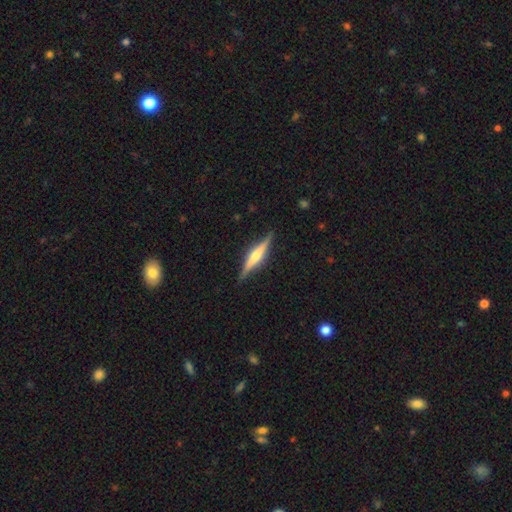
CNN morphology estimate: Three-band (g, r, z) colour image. It shows a featured or disk galaxy (71%) viewed edge-on (97%) with a rounded central bulge (74%). Merging: none (87%).